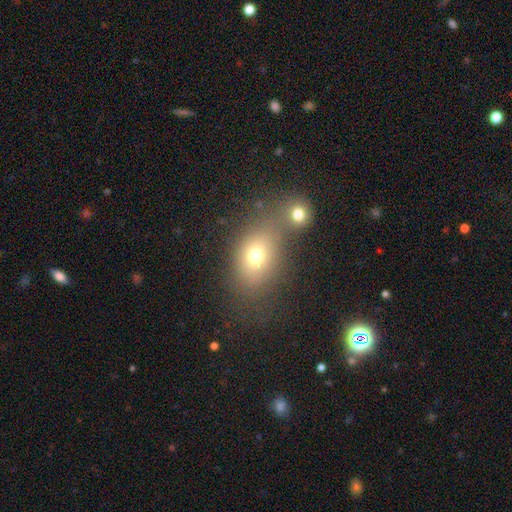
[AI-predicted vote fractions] This appears to be a smooth galaxy with no disk features (71%) that is in between round and cigar-shaped (68%). Merging: none (44%).